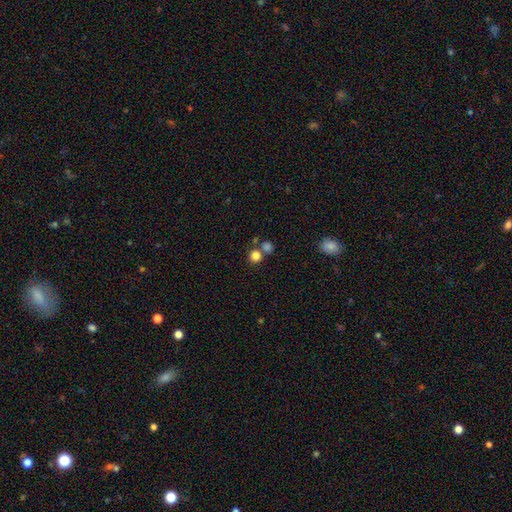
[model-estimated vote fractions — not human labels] smooth 81%, star or artifact 13%, featured or disk 6%. Down the decision tree: how rounded — round (88%); merging — none (64%).